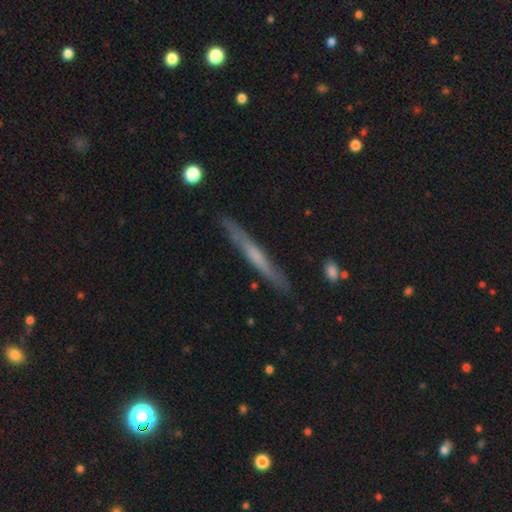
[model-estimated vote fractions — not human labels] A featured or disk galaxy (52%) viewed edge-on (94%).

Vote fractions:
- Smooth or featured? featured or disk: 52% / smooth: 41% / star or artifact: 6%
- Edge-on disk? yes: 94% / no: 6%
- Merging? none: 86% / minor disturbance: 11% / major disturbance: 2% / merger: 2%